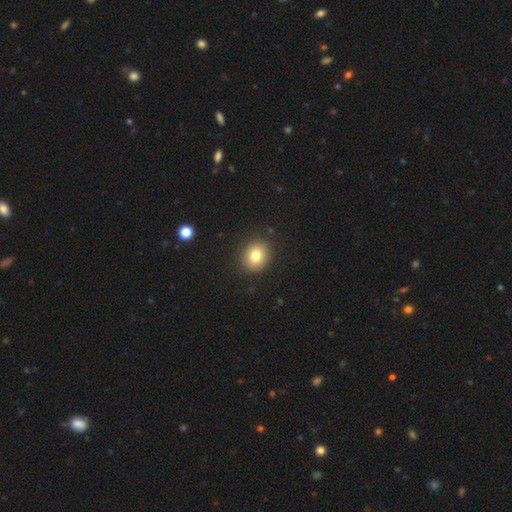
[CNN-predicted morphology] type=smooth (80%); roundness=round (76%); merging=none (89%).